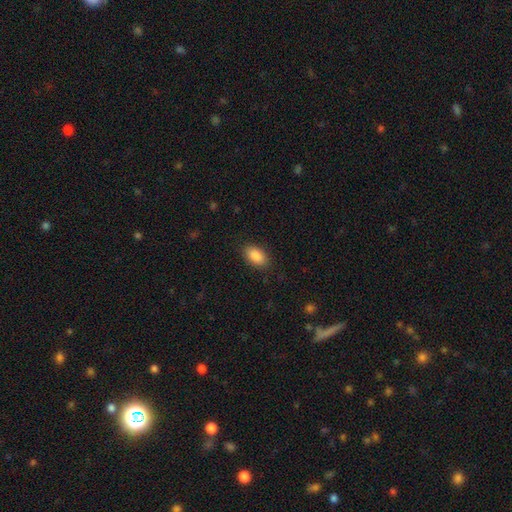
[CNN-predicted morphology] A smooth galaxy with no disk features (89%) that is in between round and cigar-shaped (93%).

Vote fractions:
- Smooth or featured? smooth: 89% / star or artifact: 7% / featured or disk: 4%
- How rounded? in between: 93% / round: 5% / cigar-shaped: 2%
- Merging? none: 87% / minor disturbance: 9% / major disturbance: 3% / merger: 1%